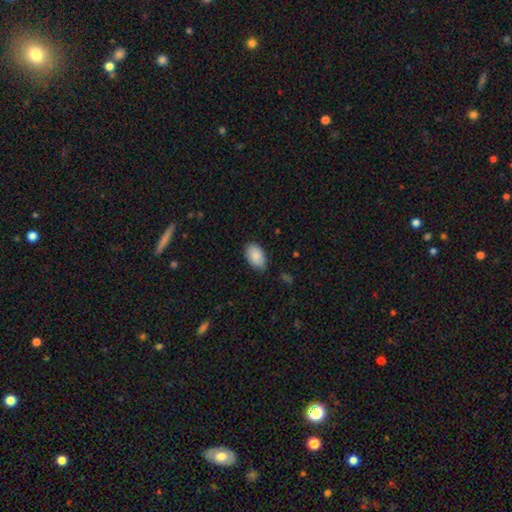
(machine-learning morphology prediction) Smooth or featured? Predicted: smooth (p=0.87). How rounded? Predicted: in between (p=0.92). Merging? Predicted: none (p=0.82).